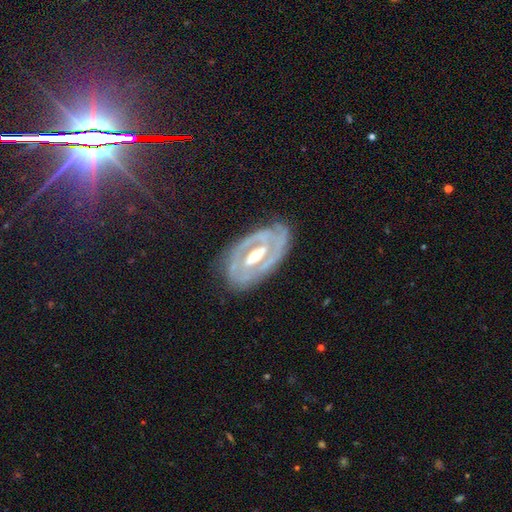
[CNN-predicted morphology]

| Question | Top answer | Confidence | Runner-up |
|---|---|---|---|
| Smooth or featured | featured or disk | 85% | smooth (9%) |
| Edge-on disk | no | 92% | yes (8%) |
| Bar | strong | 39% | weak (36%) |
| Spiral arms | yes | 76% | no (24%) |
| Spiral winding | tight | 64% | medium (27%) |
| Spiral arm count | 2 | 54% | can't tell (26%) |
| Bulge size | moderate | 68% | small (22%) |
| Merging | none | 75% | minor disturbance (17%) |